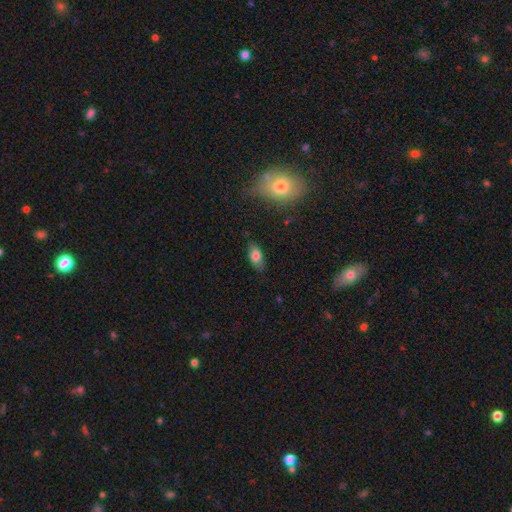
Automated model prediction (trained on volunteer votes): Smooth or featured: smooth — 76% (featured or disk — 17%)
How rounded: in between — 87% (cigar-shaped — 8%)
Merging: none — 78% (minor disturbance — 17%)